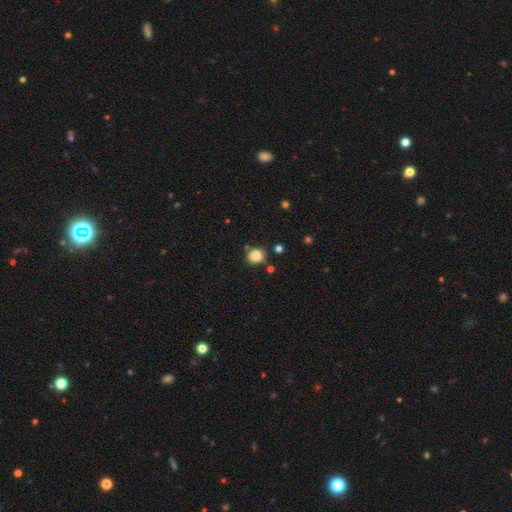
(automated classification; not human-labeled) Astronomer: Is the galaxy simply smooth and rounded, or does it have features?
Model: smooth — 85%.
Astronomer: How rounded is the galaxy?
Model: round — 76%.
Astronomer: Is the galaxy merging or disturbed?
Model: none — 75%.